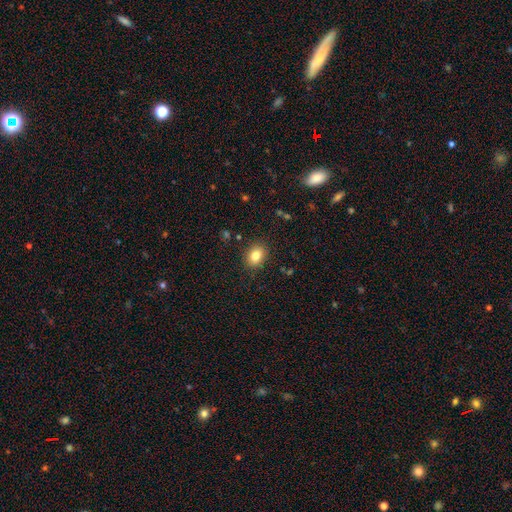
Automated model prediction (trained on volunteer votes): This appears to be a smooth galaxy with no disk features (83%) that is in between round and cigar-shaped (59%). Merging: none (88%).